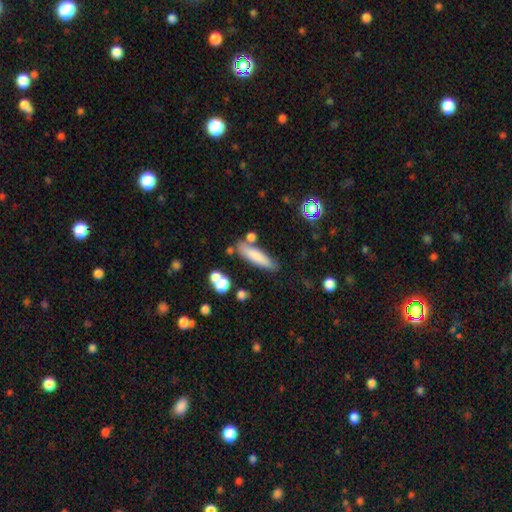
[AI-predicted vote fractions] The model was most divided on "how rounded": cigar-shaped: 74%, in between: 24%, round: 2%. More confident: smooth or featured — smooth (75%); merging — none (69%).